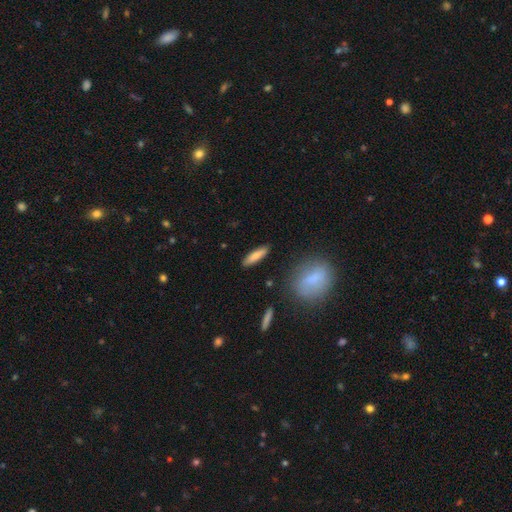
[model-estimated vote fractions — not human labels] Smooth or featured?
  - smooth: 78% *
  - featured or disk: 16%
  - star or artifact: 6%
How rounded?
  - cigar-shaped: 70% *
  - in between: 27%
  - round: 2%
Merging?
  - none: 87% *
  - minor disturbance: 9%
  - merger: 2%
  - major disturbance: 2%